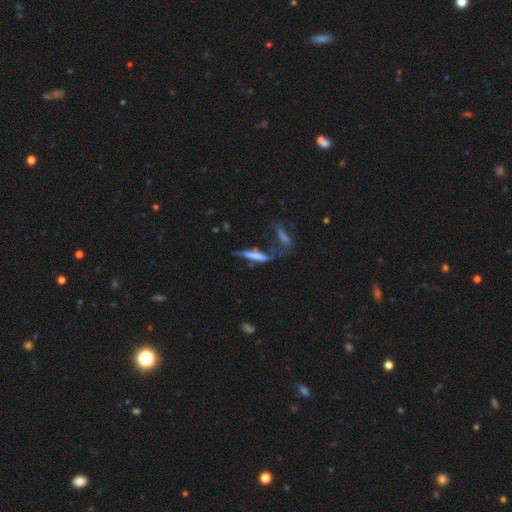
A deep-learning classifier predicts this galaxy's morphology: A smooth galaxy with no disk features (53%) that is cigar-shaped (80%).

Vote fractions:
- Smooth or featured? smooth: 53% / featured or disk: 35% / star or artifact: 12%
- How rounded? cigar-shaped: 80% / in between: 18% / round: 2%
- Merging? merger: 31% / none: 30% / major disturbance: 23% / minor disturbance: 16%